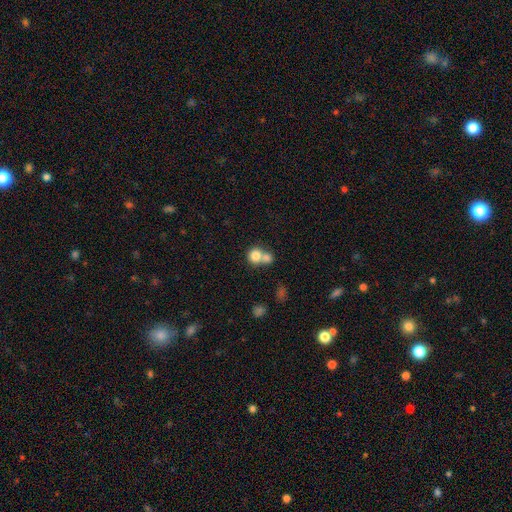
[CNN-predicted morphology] smooth 78%, featured or disk 13%, star or artifact 9%. Down the decision tree: how rounded — round (82%); merging — merger (59%).